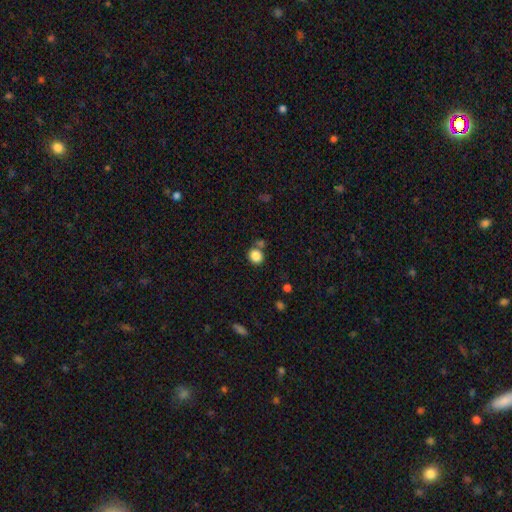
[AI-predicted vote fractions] The model was most divided on "merging": none: 68%, merger: 16%, minor disturbance: 11%, major disturbance: 4%. More confident: smooth or featured — smooth (85%); how rounded — round (77%).